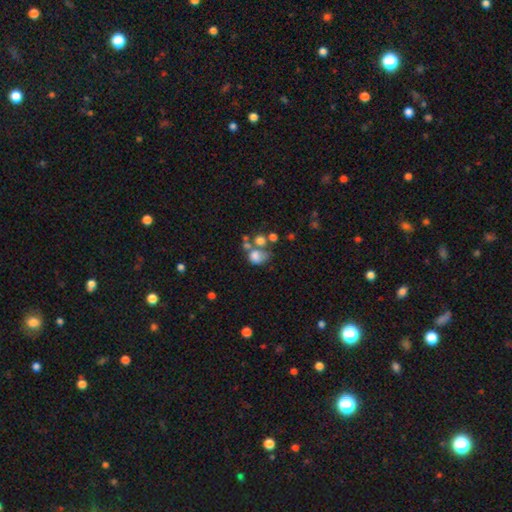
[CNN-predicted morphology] Smooth or featured?
  - smooth: 68% *
  - featured or disk: 19%
  - star or artifact: 13%
How rounded?
  - round: 52% *
  - in between: 47%
  - cigar-shaped: 1%
Merging?
  - merger: 44% *
  - none: 26%
  - major disturbance: 17%
  - minor disturbance: 13%